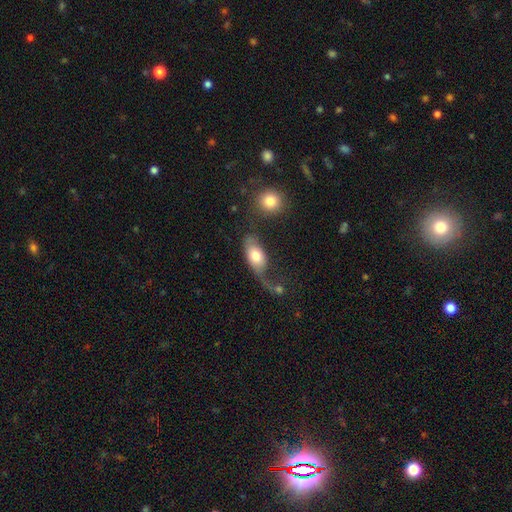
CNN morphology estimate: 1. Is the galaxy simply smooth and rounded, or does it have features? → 72% smooth, 22% featured or disk, 7% star or artifact.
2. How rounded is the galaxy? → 87% in between, 9% round, 4% cigar-shaped.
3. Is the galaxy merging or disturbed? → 31% major disturbance, 29% none, 23% merger, 17% minor disturbance.